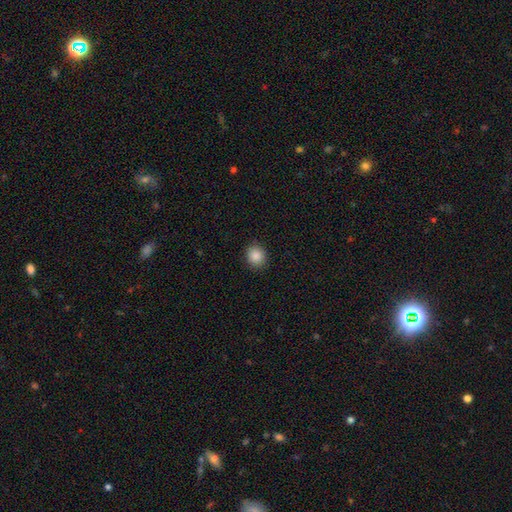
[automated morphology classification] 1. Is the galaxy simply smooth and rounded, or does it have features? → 88% smooth, 9% star or artifact, 3% featured or disk.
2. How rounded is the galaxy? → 79% round, 20% in between, 1% cigar-shaped.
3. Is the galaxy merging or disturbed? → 90% none, 7% minor disturbance, 2% major disturbance, 1% merger.